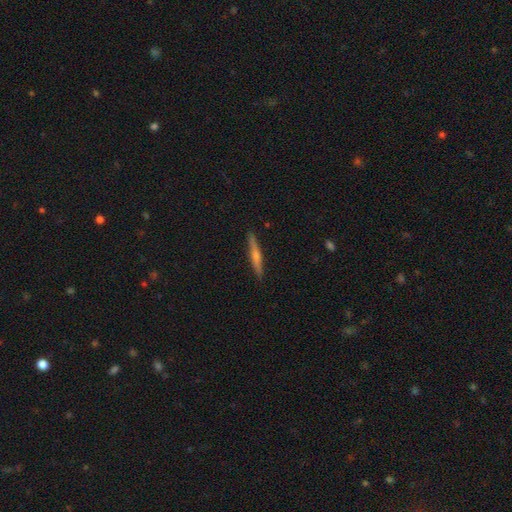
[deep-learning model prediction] Smooth or featured? featured or disk (57%)
Edge-on disk? yes (97%)
Edge-on bulge? rounded (71%)
Merging? none (91%)